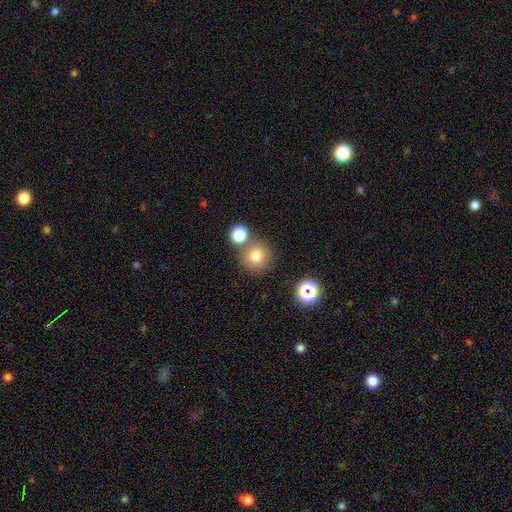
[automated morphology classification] This is likely a smooth galaxy (77%). How rounded: clearly round (93%). Merging: likely none (71%).